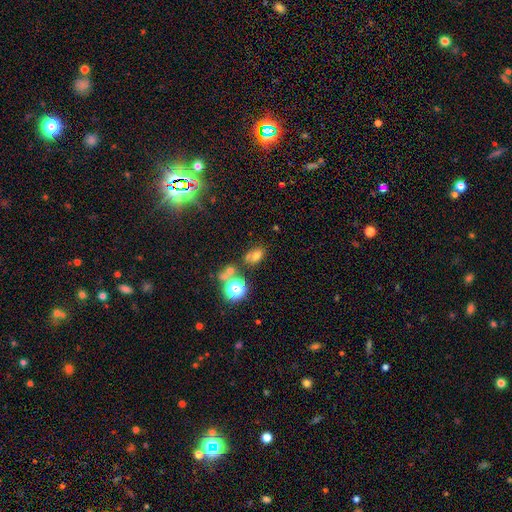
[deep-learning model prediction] smooth 64%, star or artifact 23%, featured or disk 13%. Down the decision tree: how rounded — in between (74%); merging — none (60%).